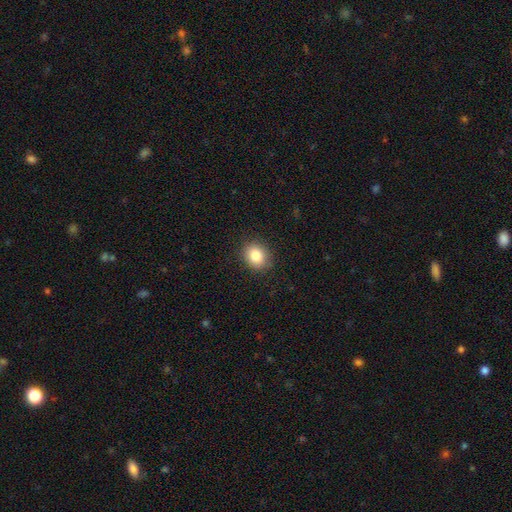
A smooth galaxy with no disk features (80%) that is round (69%).

Vote fractions:
- Smooth or featured? smooth: 80% / featured or disk: 10% / star or artifact: 10%
- How rounded? round: 69% / in between: 31% / cigar-shaped: 0%
- Merging? none: 83% / minor disturbance: 11% / major disturbance: 6% / merger: 0%